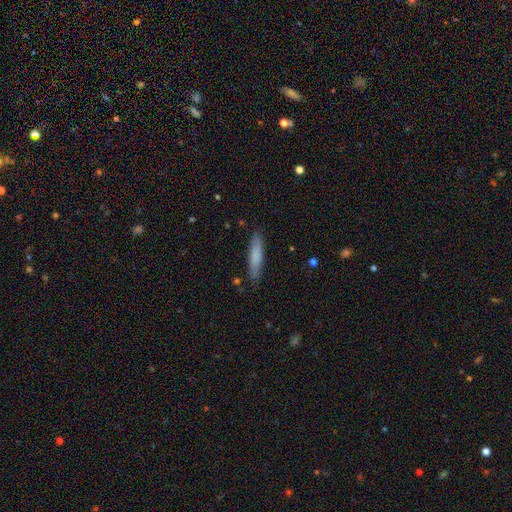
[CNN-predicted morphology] Smooth or featured?
  - smooth: 76% *
  - featured or disk: 18%
  - star or artifact: 6%
How rounded?
  - cigar-shaped: 87% *
  - in between: 12%
  - round: 1%
Merging?
  - none: 86% *
  - minor disturbance: 11%
  - major disturbance: 2%
  - merger: 1%